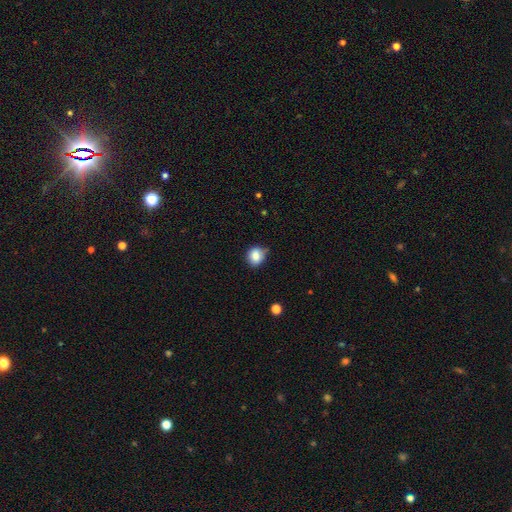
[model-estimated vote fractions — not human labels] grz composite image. It shows a smooth galaxy with no disk features (83%) that is round (74%). Merging: none (66%).